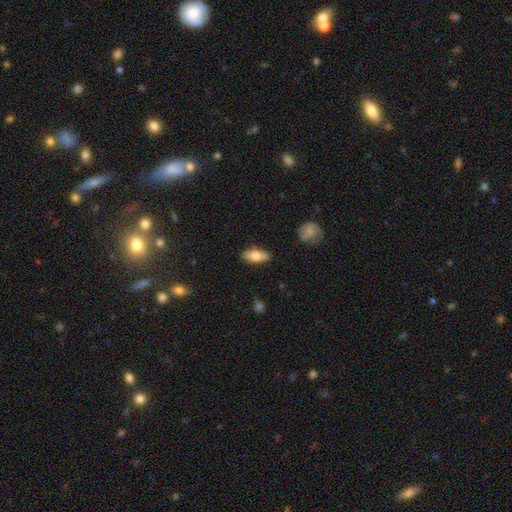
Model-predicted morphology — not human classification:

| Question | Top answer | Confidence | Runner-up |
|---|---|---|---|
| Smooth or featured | smooth | 74% | featured or disk (19%) |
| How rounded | in between | 84% | cigar-shaped (13%) |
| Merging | none | 84% | minor disturbance (12%) |